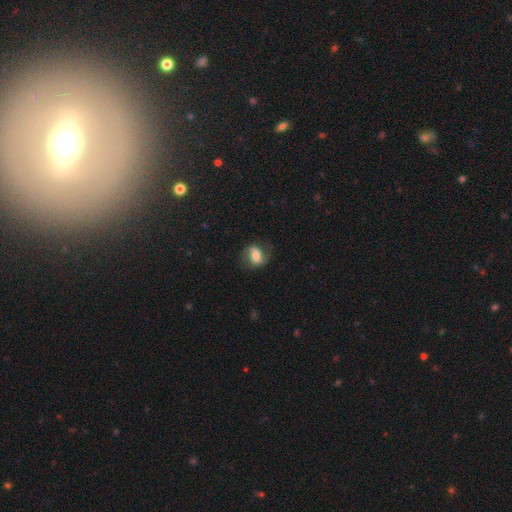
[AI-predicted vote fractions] Smooth or featured? Predicted: featured or disk (p=0.51). Edge-on disk? Predicted: no (p=0.95). Merging? Predicted: none (p=0.69).